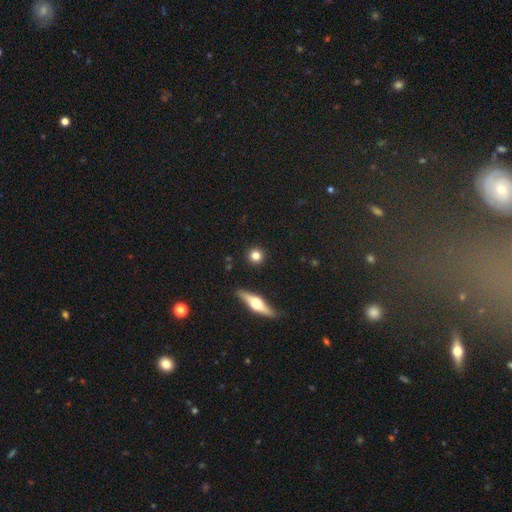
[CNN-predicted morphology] A smooth galaxy with no disk features (79%) that is round (93%).

Vote fractions:
- Smooth or featured? smooth: 79% / featured or disk: 12% / star or artifact: 9%
- How rounded? round: 93% / in between: 5% / cigar-shaped: 2%
- Merging? none: 92% / minor disturbance: 5% / major disturbance: 2% / merger: 2%